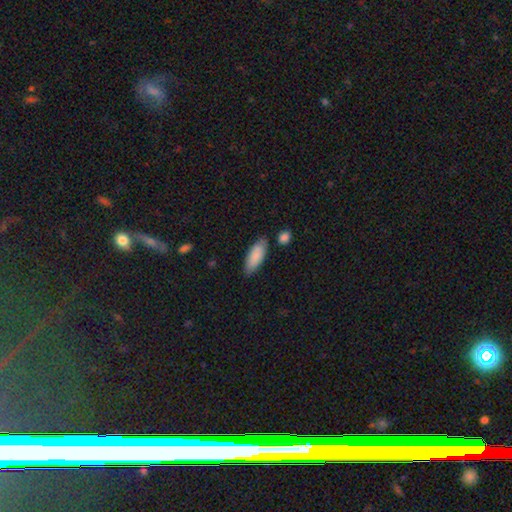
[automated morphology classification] Smooth or featured?
  - smooth: 87% *
  - featured or disk: 8%
  - star or artifact: 6%
How rounded?
  - in between: 73% *
  - cigar-shaped: 25%
  - round: 2%
Merging?
  - none: 77% *
  - minor disturbance: 15%
  - merger: 5%
  - major disturbance: 3%